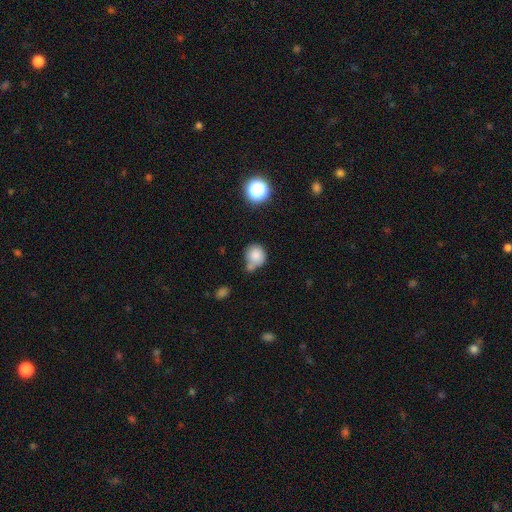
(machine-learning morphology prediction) Smooth or featured: smooth — 82% (star or artifact — 11%)
How rounded: round — 80% (in between — 19%)
Merging: none — 44% (merger — 25%)